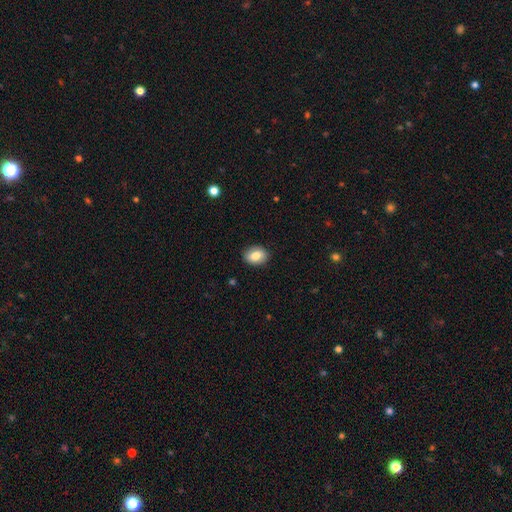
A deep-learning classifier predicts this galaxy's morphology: The model was most divided on "how rounded": in between: 66%, round: 33%, cigar-shaped: 1%. More confident: merging — none (89%); smooth or featured — smooth (83%).